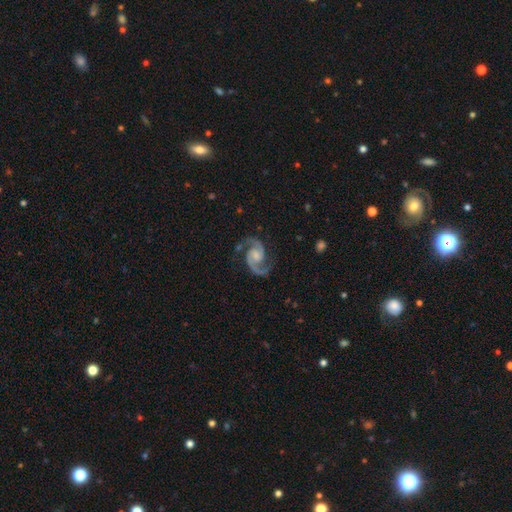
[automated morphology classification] The model was most divided on "bulge size": moderate: 37%, small: 32%, none: 21%, large: 8%, dominant: 2%. More confident: spiral arms — yes (99%); edge-on disk — no (98%); spiral arm count — 2 (95%); smooth or featured — featured or disk (93%); merging — none (79%); spiral winding — medium (63%); bar — no (56%).